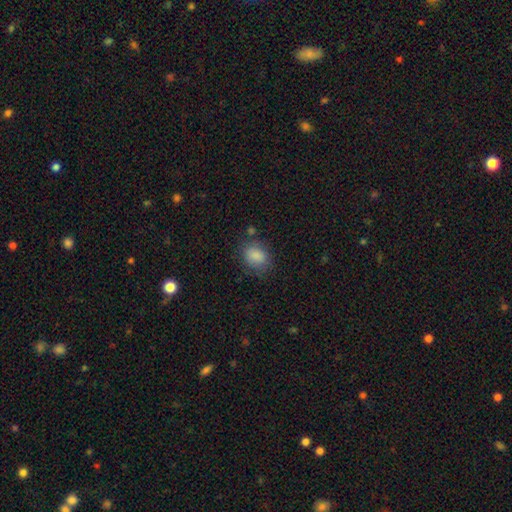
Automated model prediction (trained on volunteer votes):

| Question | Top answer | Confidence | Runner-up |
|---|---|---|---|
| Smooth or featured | smooth | 86% | star or artifact (9%) |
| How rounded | in between | 61% | round (38%) |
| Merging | none | 73% | minor disturbance (18%) |